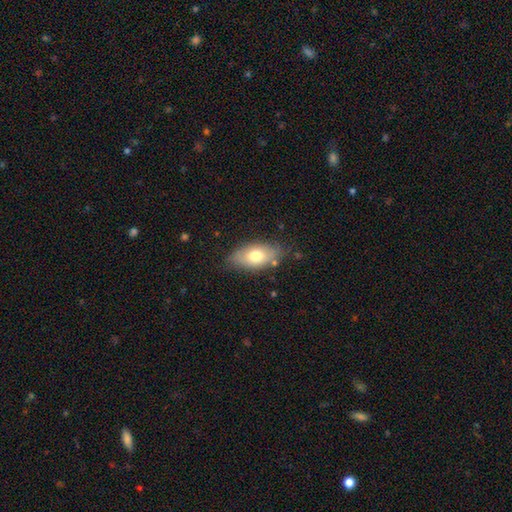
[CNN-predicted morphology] Q: Smooth or featured?
A: smooth (71%); runner-up: featured or disk (22%)
Q: How rounded?
A: in between (89%); runner-up: round (7%)
Q: Merging?
A: none (75%); runner-up: minor disturbance (18%)